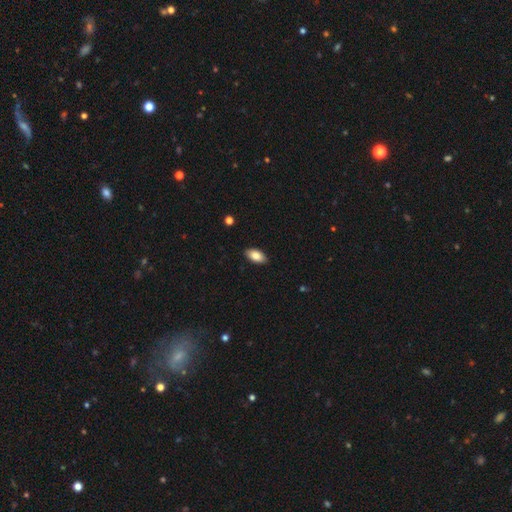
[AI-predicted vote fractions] A smooth galaxy with no disk features (84%) that is in between round and cigar-shaped (93%). Merging: none (89%).